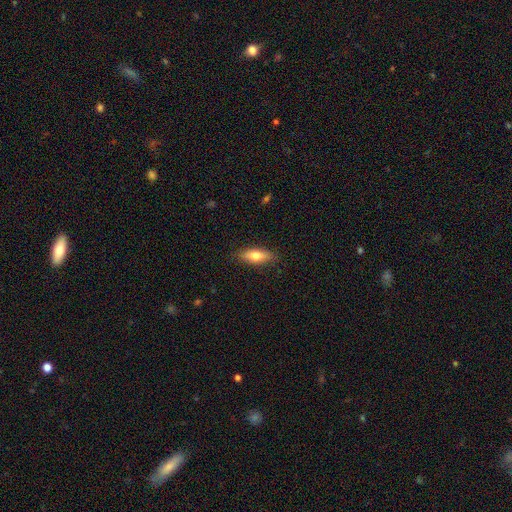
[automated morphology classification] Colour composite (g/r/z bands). It shows a smooth galaxy with no disk features (72%) that is in between round and cigar-shaped (64%). Merging: none (87%).